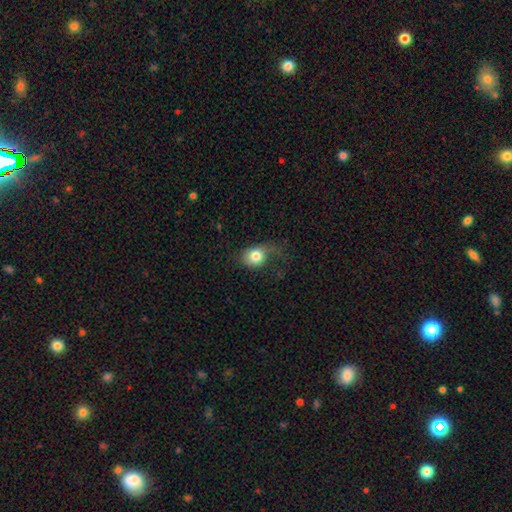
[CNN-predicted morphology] A smooth galaxy with no disk features (78%) that is round (56%). Merging: none (36%).